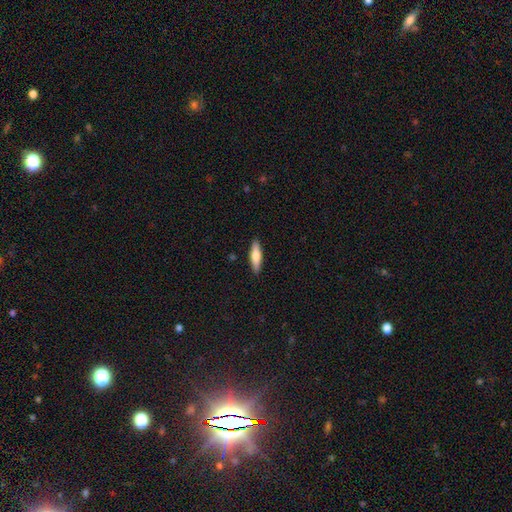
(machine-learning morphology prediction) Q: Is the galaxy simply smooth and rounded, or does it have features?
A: smooth — 67%.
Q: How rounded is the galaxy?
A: cigar-shaped — 66%.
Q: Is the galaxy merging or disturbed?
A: none — 89%.